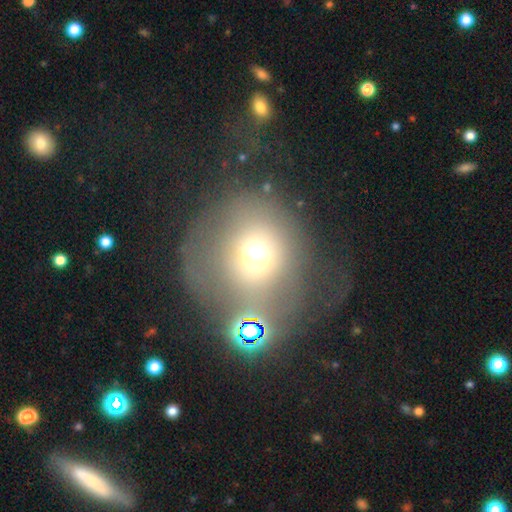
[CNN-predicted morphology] The model was most divided on "merging": none: 39%, major disturbance: 24%, merger: 21%, minor disturbance: 16%. More confident: how rounded — round (79%); smooth or featured — smooth (62%).